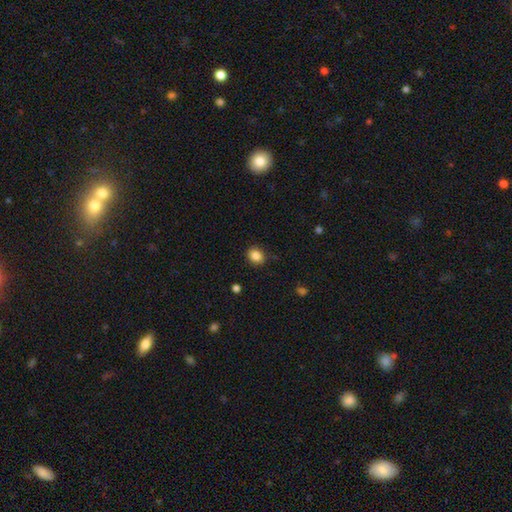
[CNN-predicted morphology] A smooth galaxy with no disk features (86%) that is round (58%).

Vote fractions:
- Smooth or featured? smooth: 86% / star or artifact: 10% / featured or disk: 4%
- How rounded? round: 58% / in between: 42% / cigar-shaped: 1%
- Merging? none: 87% / minor disturbance: 9% / major disturbance: 2% / merger: 1%